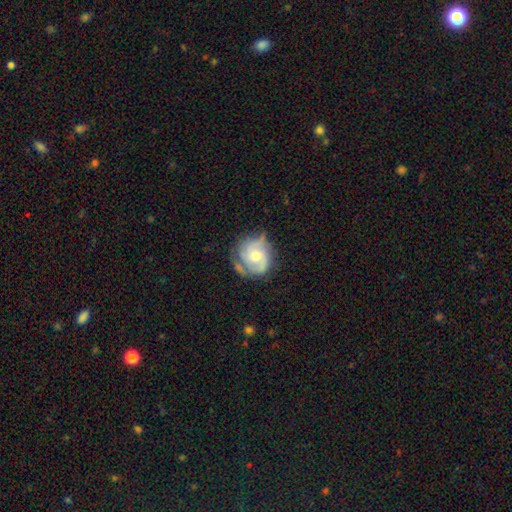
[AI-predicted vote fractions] smooth-or-featured: featured or disk: 74% | smooth: 20% | star or artifact: 6%
  disk-edge-on: no: 98% | yes: 2%
    bar: no: 70% | weak: 26% | strong: 5%
    has-spiral-arms: yes: 90% | no: 10%
      spiral-winding: tight: 46% | medium: 39% | loose: 14%
      spiral-arm-count: 2: 53% | can't tell: 19% | 3: 16% | 1: 7% | 4: 3% | more than 4: 3%
    bulge-size: moderate: 62% | small: 29% | large: 6% | none: 2% | dominant: 1%
  merging: none: 55% | minor disturbance: 28% | major disturbance: 13% | merger: 4%